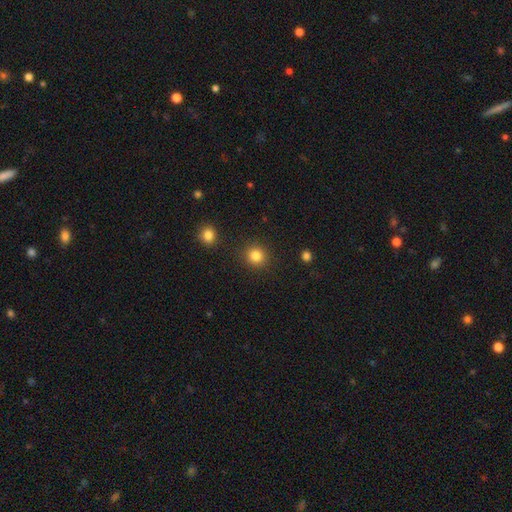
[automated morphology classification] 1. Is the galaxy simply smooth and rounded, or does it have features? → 84% smooth, 12% star or artifact, 5% featured or disk.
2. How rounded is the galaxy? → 91% round, 8% in between, 1% cigar-shaped.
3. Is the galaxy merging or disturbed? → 90% none, 6% minor disturbance, 2% major disturbance, 2% merger.